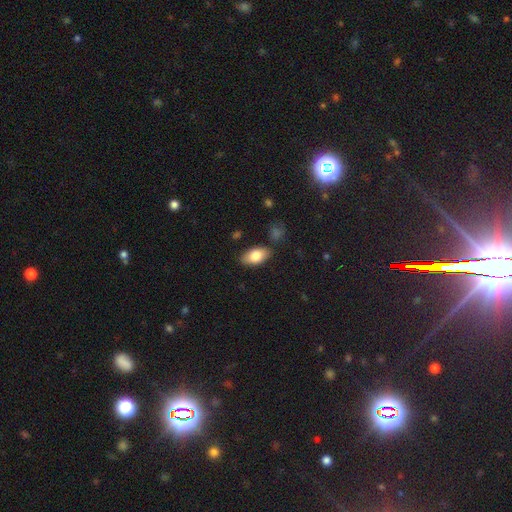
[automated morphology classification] Smooth or featured?
  - smooth: 80% *
  - featured or disk: 14%
  - star or artifact: 7%
How rounded?
  - in between: 93% *
  - round: 4%
  - cigar-shaped: 4%
Merging?
  - none: 83% *
  - minor disturbance: 12%
  - merger: 3%
  - major disturbance: 2%